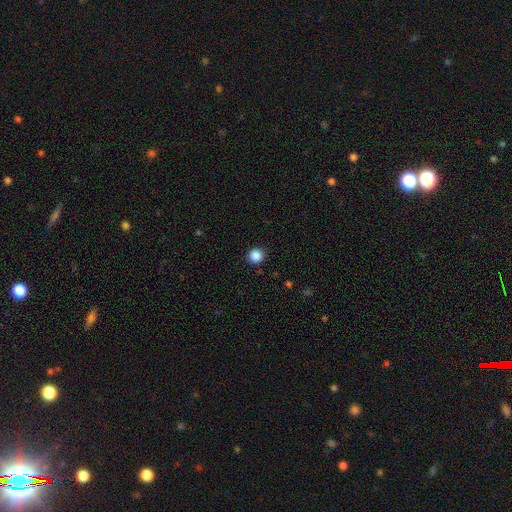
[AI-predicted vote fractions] A smooth galaxy with no disk features (87%) that is round (94%).

Vote fractions:
- Smooth or featured? smooth: 87% / star or artifact: 10% / featured or disk: 3%
- How rounded? round: 94% / in between: 5% / cigar-shaped: 1%
- Merging? none: 92% / minor disturbance: 5% / major disturbance: 2% / merger: 1%